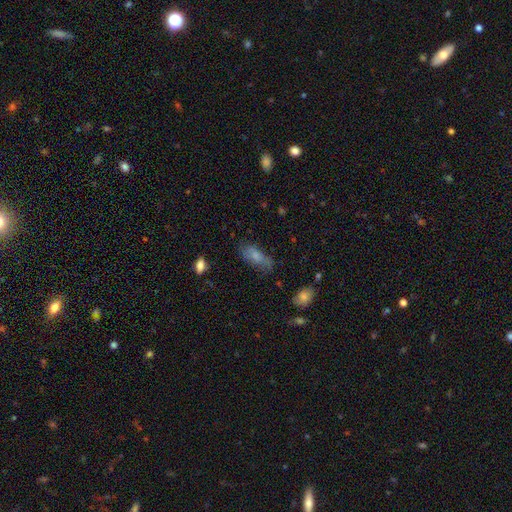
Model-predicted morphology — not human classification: Smooth or featured? Predicted: smooth (p=0.70). How rounded? Predicted: in between (p=0.80). Merging? Predicted: none (p=0.58).